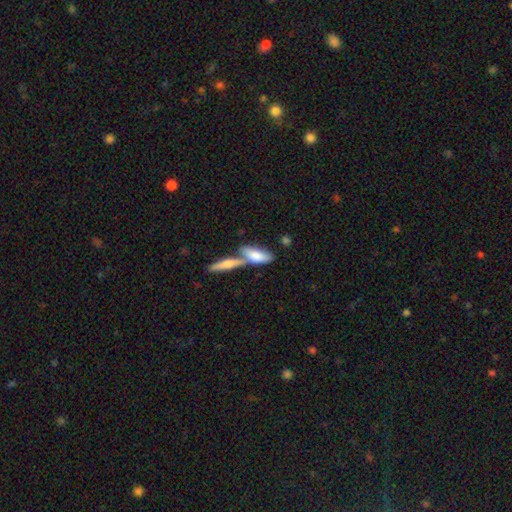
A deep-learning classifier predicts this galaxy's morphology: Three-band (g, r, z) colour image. It shows a smooth galaxy with no disk features (72%) that is in between round and cigar-shaped (70%). Merging: merger (51%).